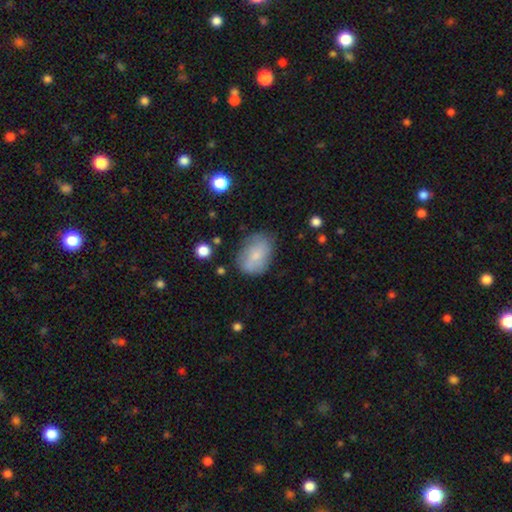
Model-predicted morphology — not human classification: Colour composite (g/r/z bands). It shows a smooth galaxy with no disk features (70%) that is in between round and cigar-shaped (77%). Merging: none (64%).